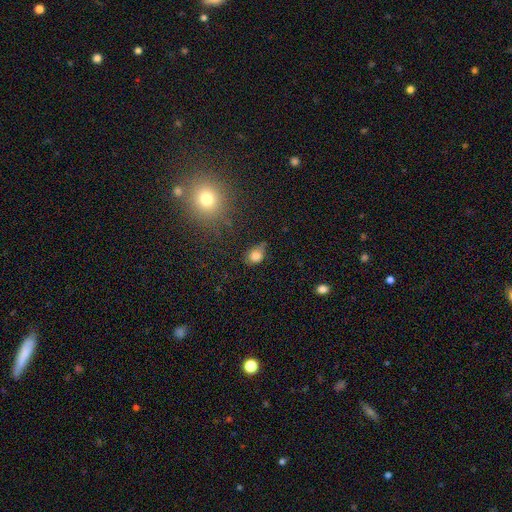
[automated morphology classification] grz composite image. It shows a smooth galaxy with no disk features (79%) that is in between round and cigar-shaped (51%). Merging: none (54%).